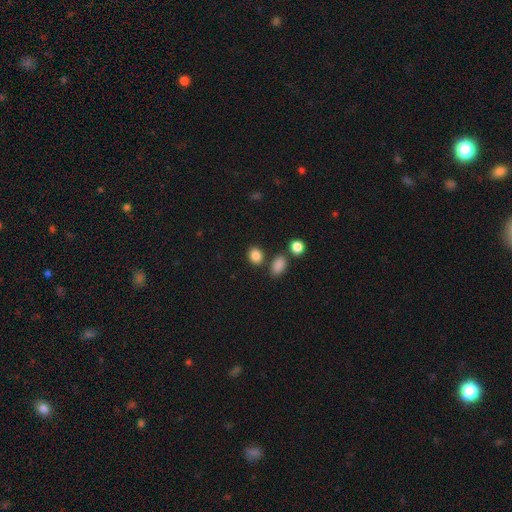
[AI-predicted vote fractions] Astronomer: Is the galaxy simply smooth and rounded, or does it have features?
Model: smooth — 85%.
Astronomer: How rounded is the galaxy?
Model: in between — 53% (runner-up: round, 46%).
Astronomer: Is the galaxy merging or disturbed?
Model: none — 77%.